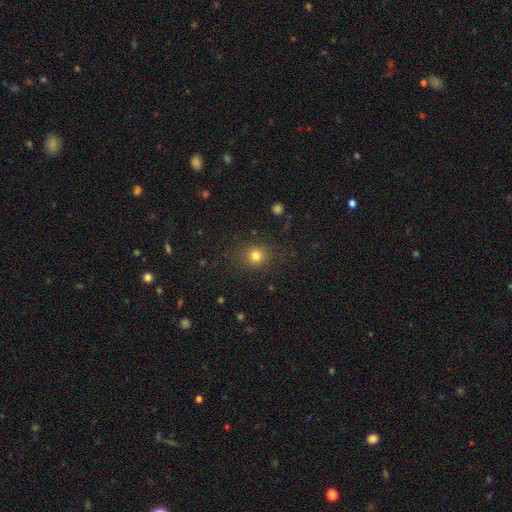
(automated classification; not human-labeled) smooth-or-featured: smooth: 80% | star or artifact: 14% | featured or disk: 6%
  how-rounded: round: 85% | in between: 14% | cigar-shaped: 1%
  merging: none: 87% | minor disturbance: 8% | major disturbance: 4% | merger: 1%